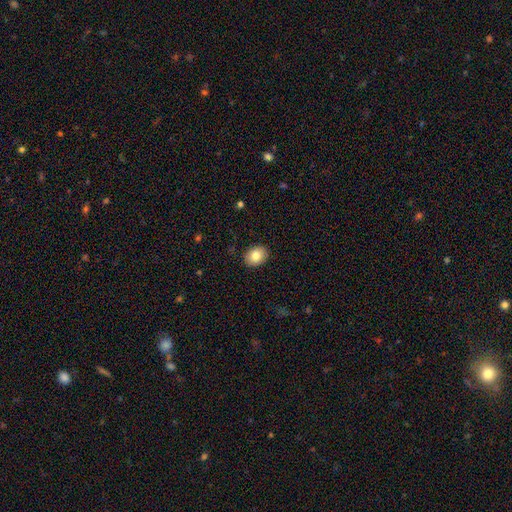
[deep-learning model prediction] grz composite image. It shows a smooth galaxy with no disk features (82%) that is in between round and cigar-shaped (62%). Merging: none (90%).